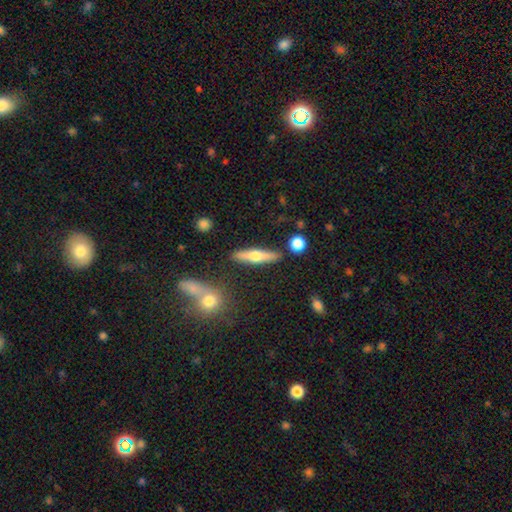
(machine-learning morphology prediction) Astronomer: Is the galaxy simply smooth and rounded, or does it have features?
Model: featured or disk — 50% (runner-up: smooth, 44%).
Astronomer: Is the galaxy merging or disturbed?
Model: none — 85%.